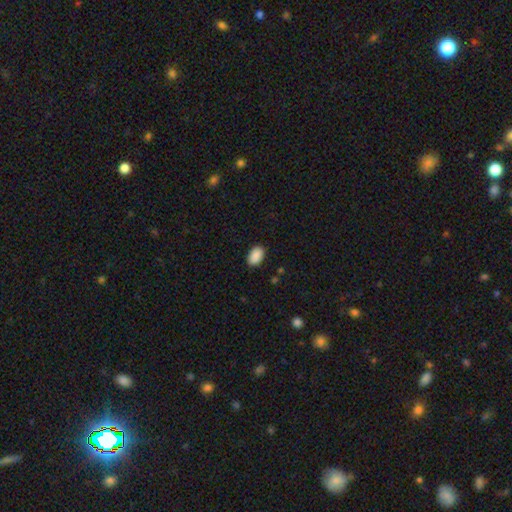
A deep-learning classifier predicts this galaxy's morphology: This appears to be a smooth galaxy with no disk features (90%) that is in between round and cigar-shaped (90%). Merging: none (88%).